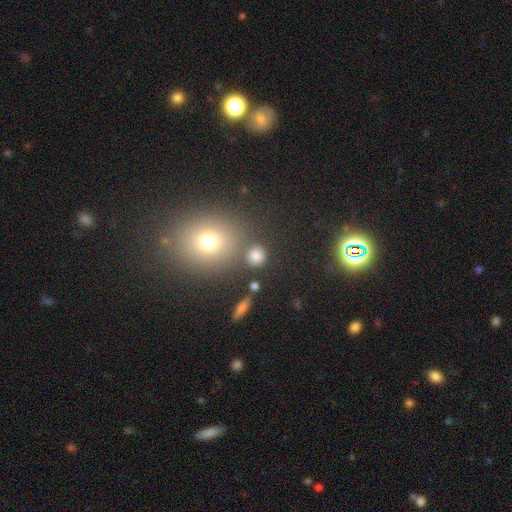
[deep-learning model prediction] smooth-or-featured: smooth: 78% | star or artifact: 15% | featured or disk: 7%
  how-rounded: round: 87% | in between: 12% | cigar-shaped: 1%
  merging: none: 78% | minor disturbance: 9% | merger: 9% | major disturbance: 4%